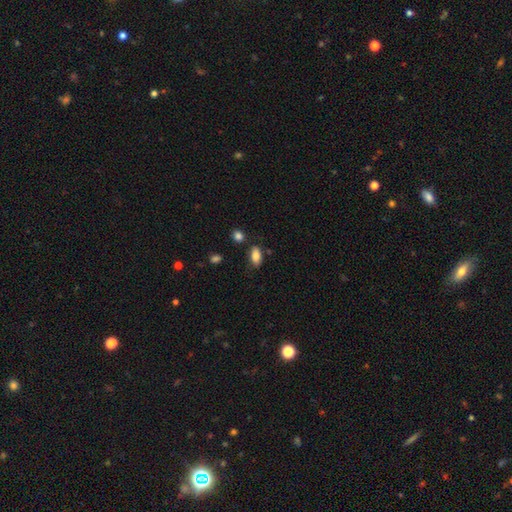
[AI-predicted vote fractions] Smooth or featured: smooth — 84% (featured or disk — 8%)
How rounded: in between — 90% (cigar-shaped — 5%)
Merging: none — 79% (minor disturbance — 14%)